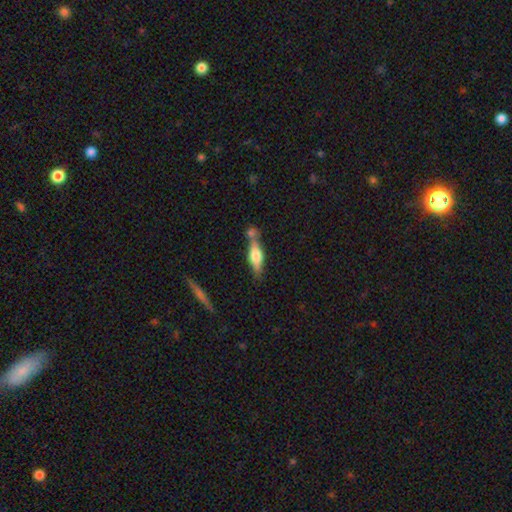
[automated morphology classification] type=featured or disk (47%); merging=none (56%).